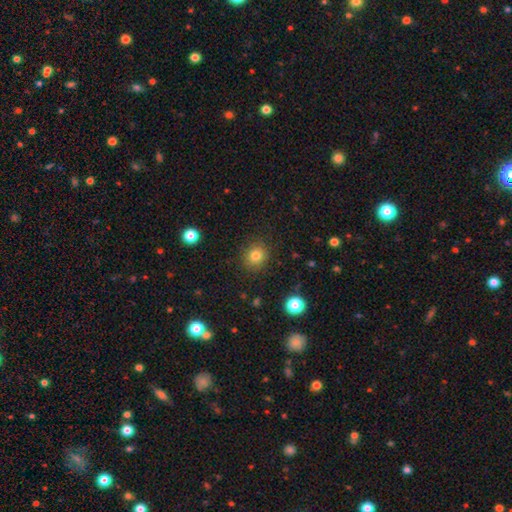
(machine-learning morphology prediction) type=smooth (81%); roundness=round (81%); merging=none (88%).